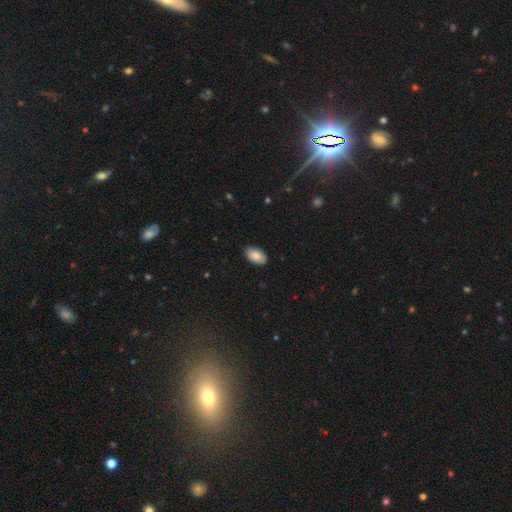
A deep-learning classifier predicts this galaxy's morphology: Smooth or featured? smooth (89%)
How rounded? in between (95%)
Merging? none (88%)